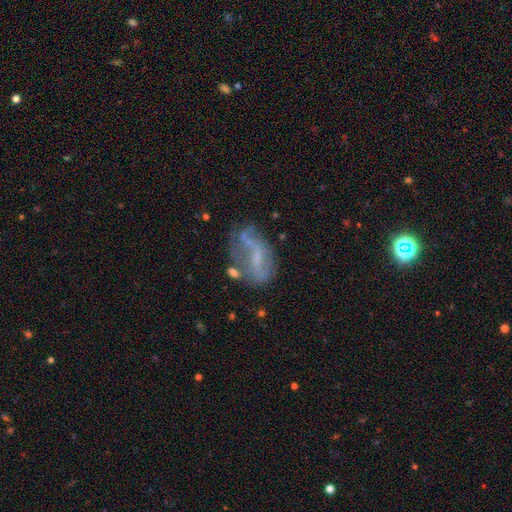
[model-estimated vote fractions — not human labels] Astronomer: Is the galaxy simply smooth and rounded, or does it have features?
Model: featured or disk — 60%.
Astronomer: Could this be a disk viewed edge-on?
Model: no — 93%.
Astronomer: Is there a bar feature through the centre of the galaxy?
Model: no — 44% (runner-up: weak, 35%).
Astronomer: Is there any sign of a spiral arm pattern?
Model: no — 55% (runner-up: yes, 45%).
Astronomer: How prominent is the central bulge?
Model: small — 41%, tied with none at 41%.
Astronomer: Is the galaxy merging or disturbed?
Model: none — 42% (runner-up: minor disturbance, 24%).